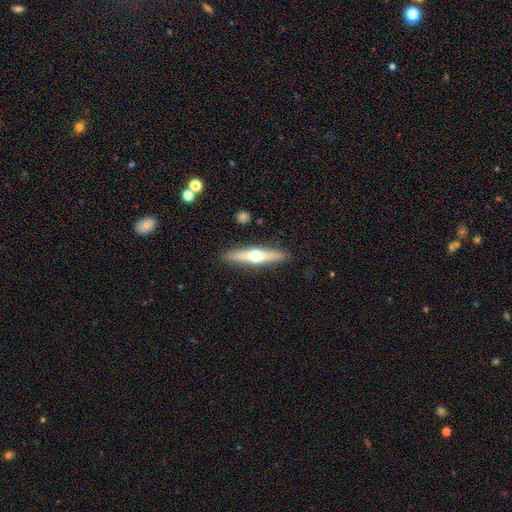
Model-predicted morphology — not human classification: smooth_or_featured: featured or disk (p=0.60) [alt: smooth p=0.35]
disk_edge_on: yes (p=0.95) [alt: no p=0.05]
edge_on_bulge: rounded (p=0.94) [alt: none p=0.03]
merging: none (p=0.90) [alt: minor disturbance p=0.07]